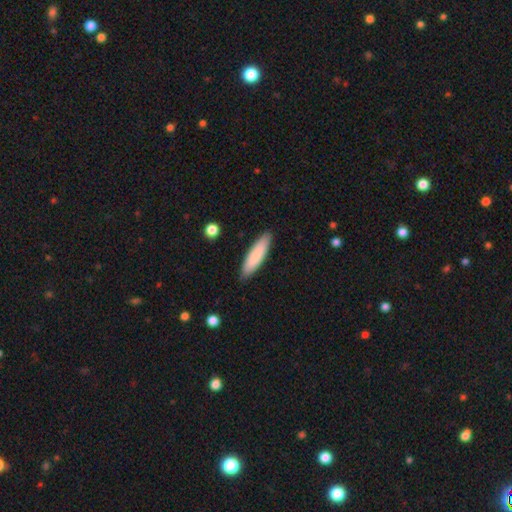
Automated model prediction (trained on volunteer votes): A smooth galaxy with no disk features (86%) that is cigar-shaped (69%).

Vote fractions:
- Smooth or featured? smooth: 86% / featured or disk: 9% / star or artifact: 5%
- How rounded? cigar-shaped: 69% / in between: 30% / round: 1%
- Merging? none: 89% / minor disturbance: 9% / major disturbance: 2% / merger: 1%